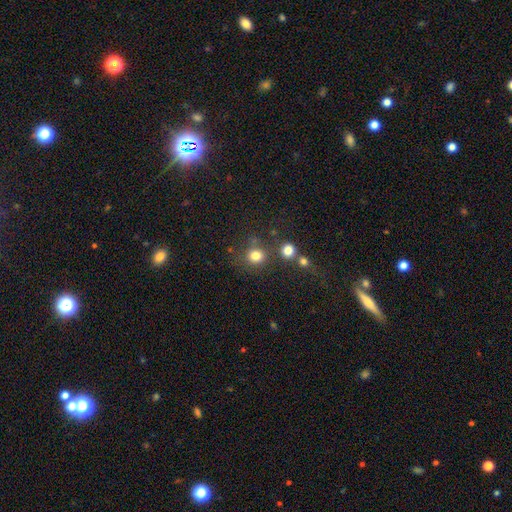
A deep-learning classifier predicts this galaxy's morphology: smooth_or_featured: smooth (p=0.79) [alt: star or artifact p=0.14]
how_rounded: round (p=0.85) [alt: in between p=0.14]
merging: none (p=0.69) [alt: merger p=0.15]